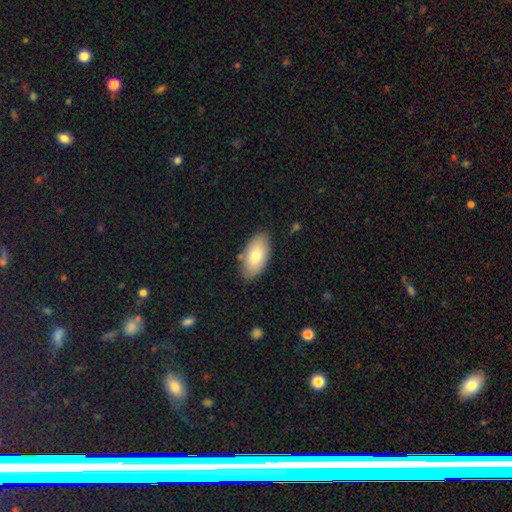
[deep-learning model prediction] A smooth galaxy with no disk features (76%) that is in between round and cigar-shaped (94%).

Vote fractions:
- Smooth or featured? smooth: 76% / featured or disk: 18% / star or artifact: 6%
- How rounded? in between: 94% / cigar-shaped: 3% / round: 3%
- Merging? none: 83% / minor disturbance: 12% / major disturbance: 2% / merger: 2%